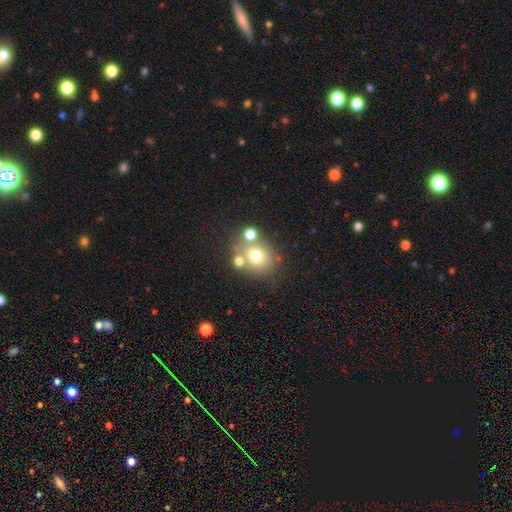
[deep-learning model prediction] smooth-or-featured: smooth: 69% | featured or disk: 16% | star or artifact: 15%
  how-rounded: round: 77% | in between: 22% | cigar-shaped: 1%
  merging: none: 60% | merger: 23% | minor disturbance: 11% | major disturbance: 5%